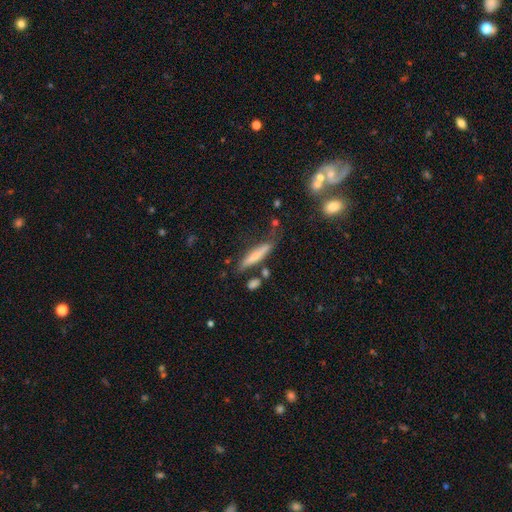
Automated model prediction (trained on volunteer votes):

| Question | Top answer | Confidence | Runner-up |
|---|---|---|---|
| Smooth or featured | smooth | 58% | featured or disk (35%) |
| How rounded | cigar-shaped | 85% | in between (13%) |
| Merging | none | 63% | minor disturbance (21%) |